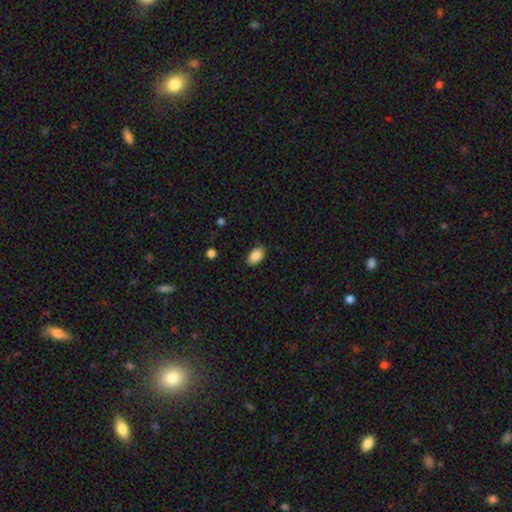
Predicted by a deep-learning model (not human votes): This appears to be a smooth galaxy with no disk features (87%) that is in between round and cigar-shaped (93%). Merging: none (84%).